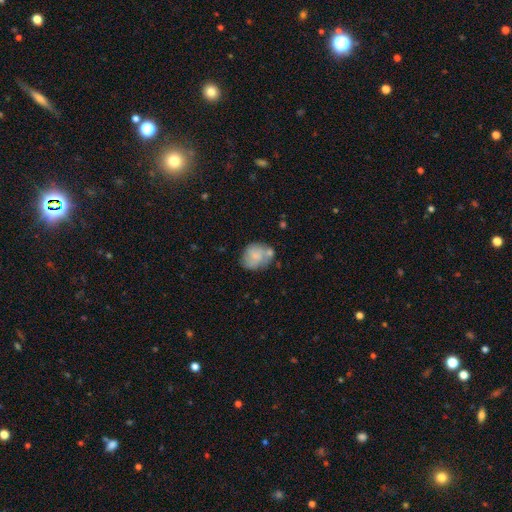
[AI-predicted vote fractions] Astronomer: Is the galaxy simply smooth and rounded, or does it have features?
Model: smooth — 64%.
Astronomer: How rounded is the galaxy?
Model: round — 57% (runner-up: in between, 41%).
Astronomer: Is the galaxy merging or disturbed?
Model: none — 42% (runner-up: minor disturbance, 24%).